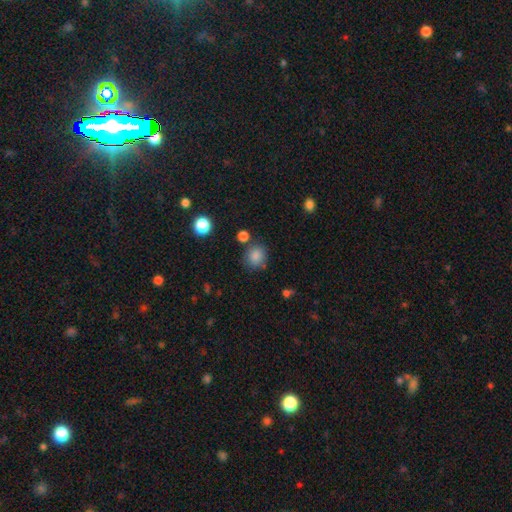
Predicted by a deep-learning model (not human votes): Q: Smooth or featured?
A: smooth (84%); runner-up: star or artifact (11%)
Q: How rounded?
A: round (79%); runner-up: in between (20%)
Q: Merging?
A: none (78%); runner-up: minor disturbance (11%)